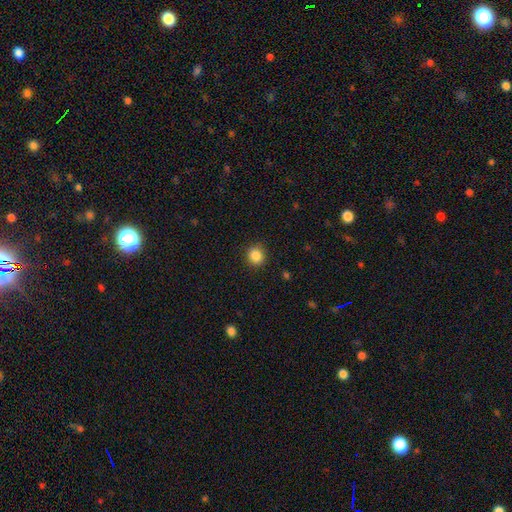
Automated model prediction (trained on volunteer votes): smooth 86%, star or artifact 10%, featured or disk 4%. Down the decision tree: how rounded — round (89%); merging — none (89%).